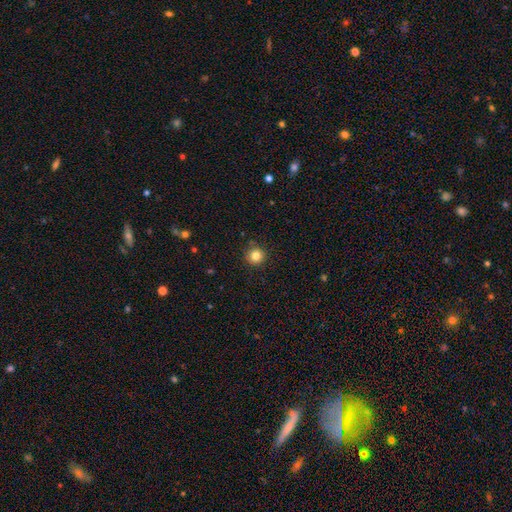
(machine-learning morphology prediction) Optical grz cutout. It shows a smooth galaxy with no disk features (83%) that is round (95%). Merging: none (89%).